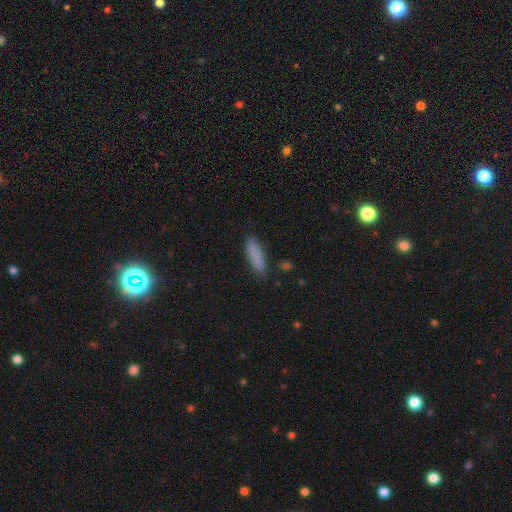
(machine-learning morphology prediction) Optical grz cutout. It shows a smooth galaxy with no disk features (86%) that is cigar-shaped (71%). Merging: none (84%).